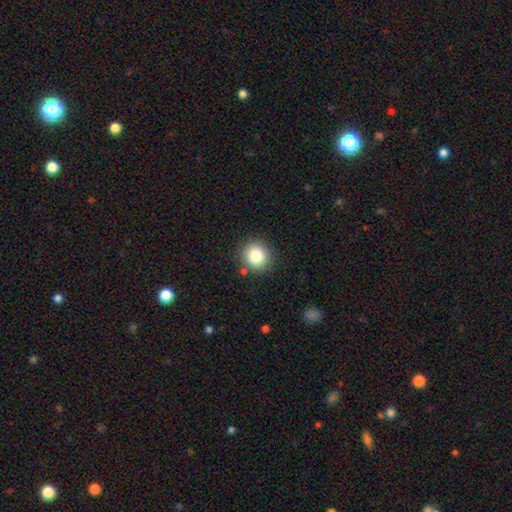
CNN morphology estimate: This is clearly a smooth galaxy (81%). How rounded: clearly round (90%). Merging: clearly none (86%).